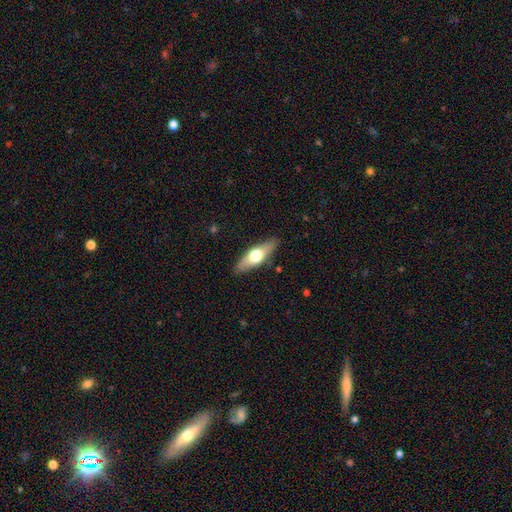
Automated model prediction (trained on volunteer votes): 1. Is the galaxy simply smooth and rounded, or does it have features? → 48% featured or disk, 47% smooth, 6% star or artifact.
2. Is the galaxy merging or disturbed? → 88% none, 9% minor disturbance, 2% major disturbance, 1% merger.